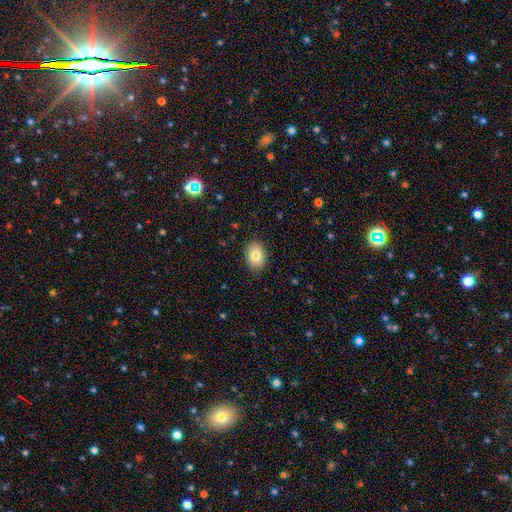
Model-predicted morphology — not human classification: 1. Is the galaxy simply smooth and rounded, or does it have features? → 84% smooth, 8% featured or disk, 8% star or artifact.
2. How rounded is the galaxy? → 79% in between, 20% round, 1% cigar-shaped.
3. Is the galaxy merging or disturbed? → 87% none, 10% minor disturbance, 2% major disturbance, 1% merger.